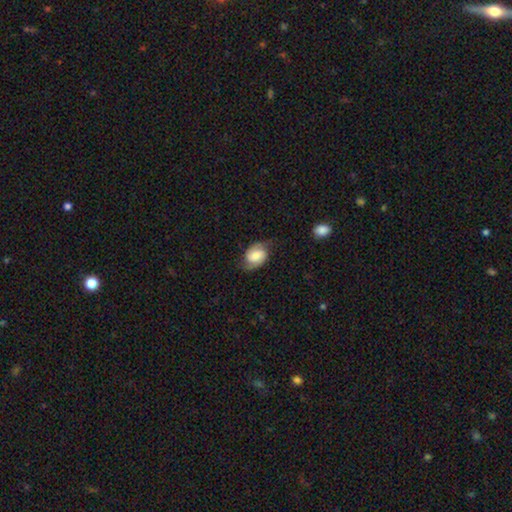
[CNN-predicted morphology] Q: Smooth or featured?
A: featured or disk (65%); runner-up: smooth (27%)
Q: Edge-on disk?
A: no (97%); runner-up: yes (3%)
Q: Bar?
A: weak (43%); runner-up: no (41%)
Q: Spiral arms?
A: yes (93%); runner-up: no (7%)
Q: Spiral winding?
A: medium (47%); runner-up: loose (29%)
Q: Spiral arm count?
A: 2 (91%); runner-up: can't tell (4%)
Q: Bulge size?
A: moderate (40%); runner-up: large (25%)
Q: Merging?
A: none (71%); runner-up: minor disturbance (20%)